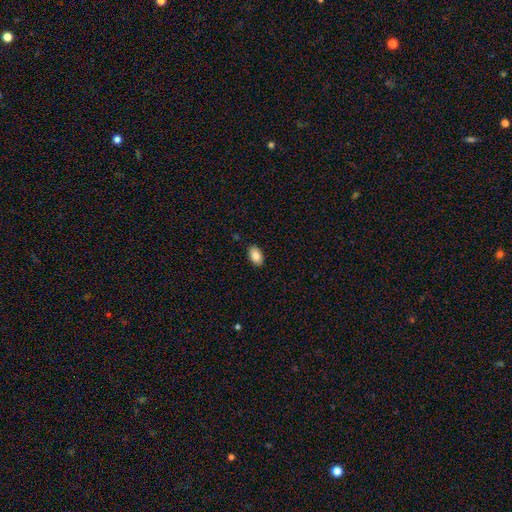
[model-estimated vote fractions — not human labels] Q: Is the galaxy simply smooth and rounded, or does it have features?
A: smooth — 86%.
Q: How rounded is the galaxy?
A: in between — 92%.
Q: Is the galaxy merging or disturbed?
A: none — 88%.